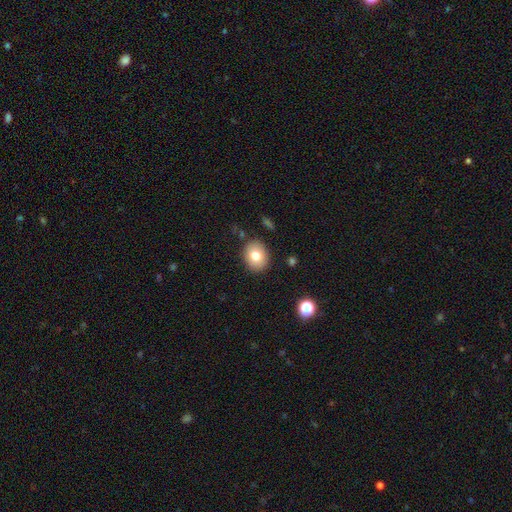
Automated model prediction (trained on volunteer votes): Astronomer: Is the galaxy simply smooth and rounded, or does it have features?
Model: smooth — 78%.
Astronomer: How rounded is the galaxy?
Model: round — 54% (runner-up: in between, 45%).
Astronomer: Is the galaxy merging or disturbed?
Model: none — 87%.